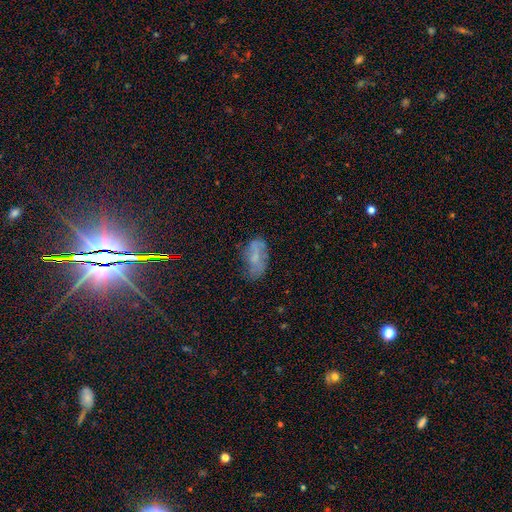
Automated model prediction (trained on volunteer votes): smooth_or_featured: smooth (p=0.44) [alt: featured or disk p=0.38]
merging: none (p=0.51) [alt: minor disturbance p=0.29]